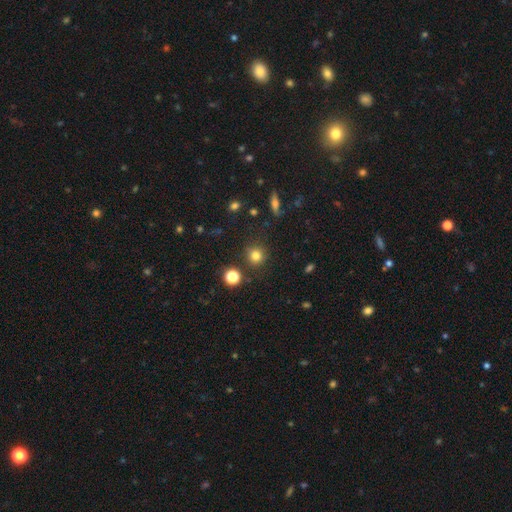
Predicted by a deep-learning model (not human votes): smooth_or_featured: smooth (p=0.79) [alt: star or artifact p=0.15]
how_rounded: round (p=0.93) [alt: in between p=0.06]
merging: none (p=0.87) [alt: minor disturbance p=0.07]